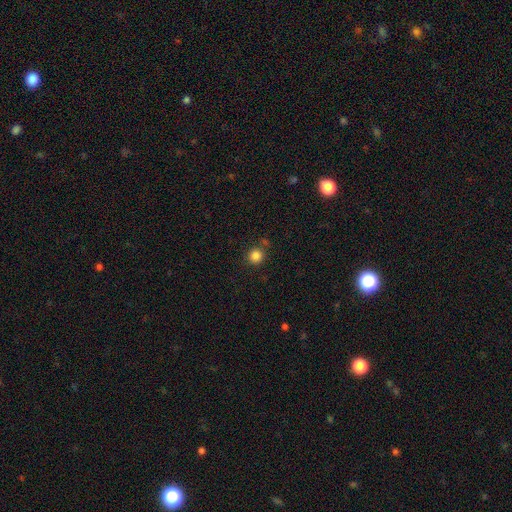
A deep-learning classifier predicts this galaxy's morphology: Smooth or featured?
  - smooth: 84% *
  - star or artifact: 12%
  - featured or disk: 4%
How rounded?
  - round: 93% *
  - in between: 6%
  - cigar-shaped: 1%
Merging?
  - none: 81% *
  - minor disturbance: 9%
  - merger: 7%
  - major disturbance: 3%